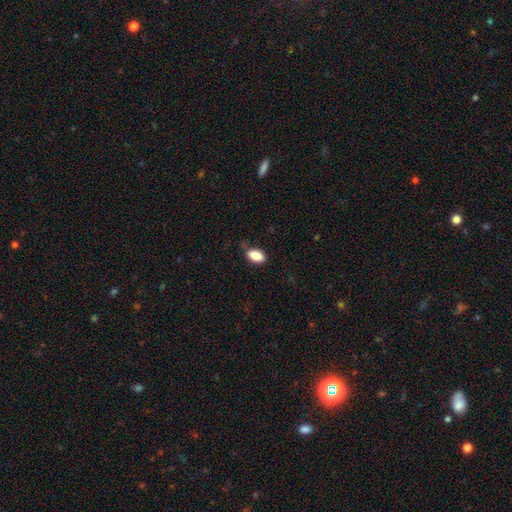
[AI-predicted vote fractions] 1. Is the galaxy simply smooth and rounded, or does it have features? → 86% smooth, 8% star or artifact, 6% featured or disk.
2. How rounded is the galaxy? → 91% in between, 6% round, 4% cigar-shaped.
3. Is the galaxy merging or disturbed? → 70% none, 23% minor disturbance, 5% major disturbance, 2% merger.